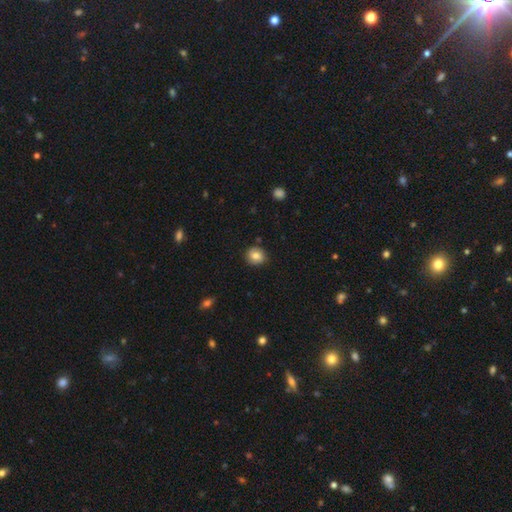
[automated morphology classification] The model was most divided on "how rounded": round: 81%, in between: 18%, cigar-shaped: 1%. More confident: merging — none (85%); smooth or featured — smooth (79%).